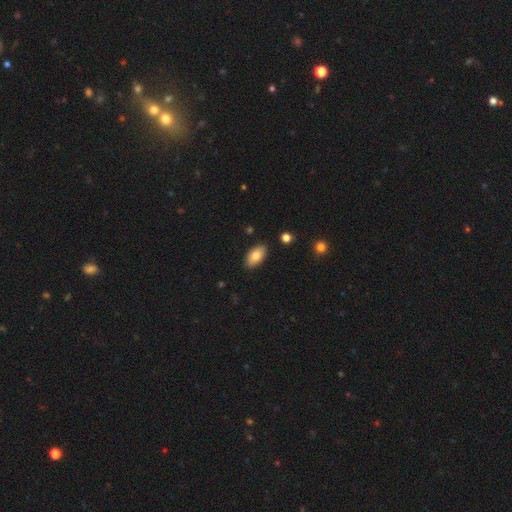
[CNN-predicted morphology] Q: Smooth or featured?
A: smooth (80%); runner-up: featured or disk (13%)
Q: How rounded?
A: in between (94%); runner-up: round (4%)
Q: Merging?
A: none (87%); runner-up: minor disturbance (10%)